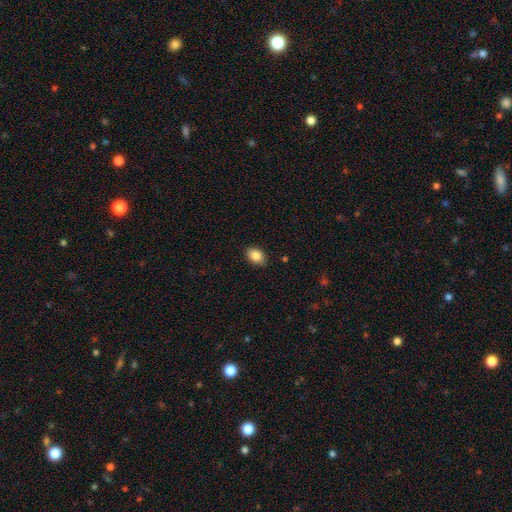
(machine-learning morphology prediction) smooth 86%, star or artifact 8%, featured or disk 6%. Down the decision tree: how rounded — in between (80%); merging — none (87%).